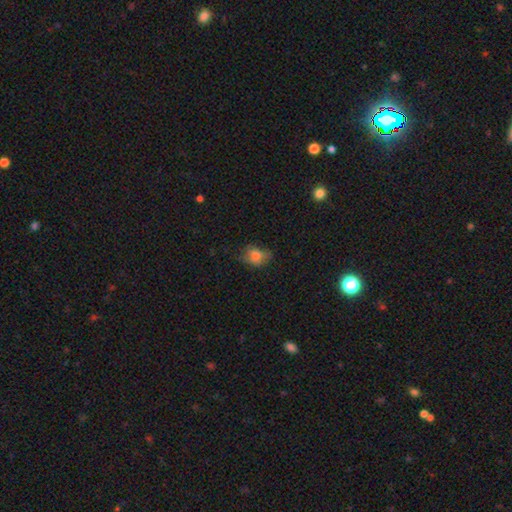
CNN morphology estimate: A smooth galaxy with no disk features (73%) that is in between round and cigar-shaped (66%).

Vote fractions:
- Smooth or featured? smooth: 73% / featured or disk: 16% / star or artifact: 11%
- How rounded? in between: 66% / round: 33% / cigar-shaped: 2%
- Merging? none: 51% / minor disturbance: 31% / major disturbance: 16% / merger: 2%